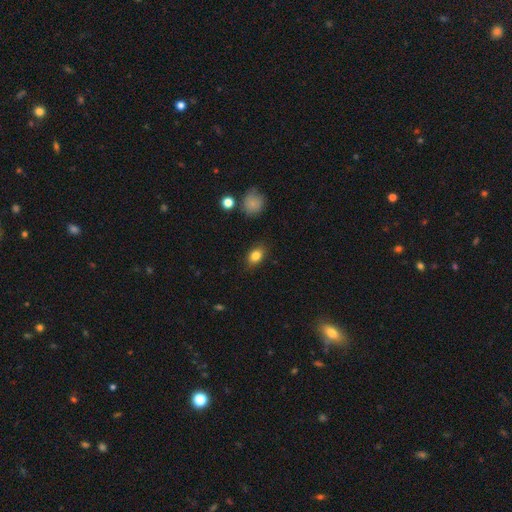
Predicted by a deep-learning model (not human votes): smooth_or_featured: smooth (p=0.83) [alt: star or artifact p=0.10]
how_rounded: in between (p=0.72) [alt: round p=0.26]
merging: none (p=0.84) [alt: minor disturbance p=0.11]